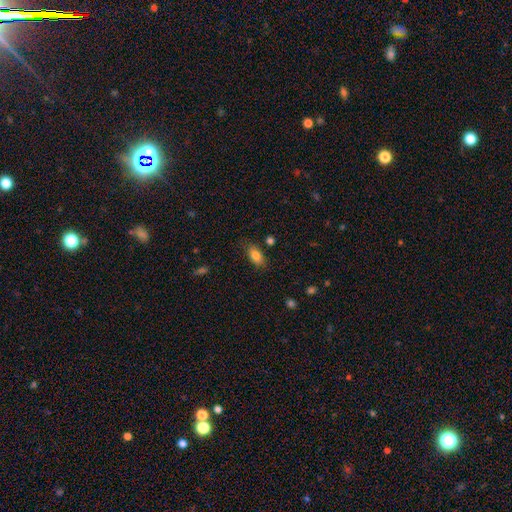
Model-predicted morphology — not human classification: Overall: smooth (81%). How rounded: in between (87%). Merging: none (79%).